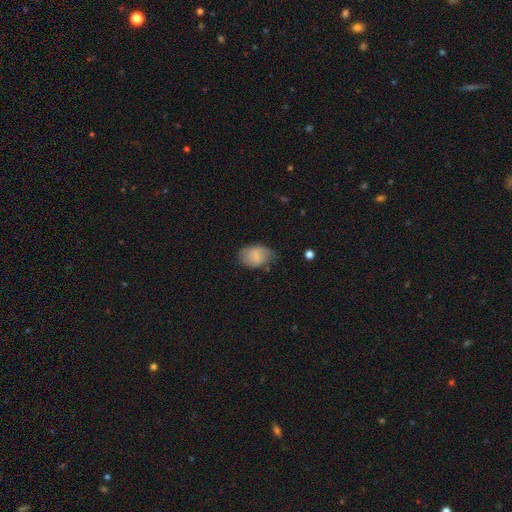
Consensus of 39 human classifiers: A smooth galaxy with no disk features (82%) that is in between round and cigar-shaped (81%). Merging: none (49%).